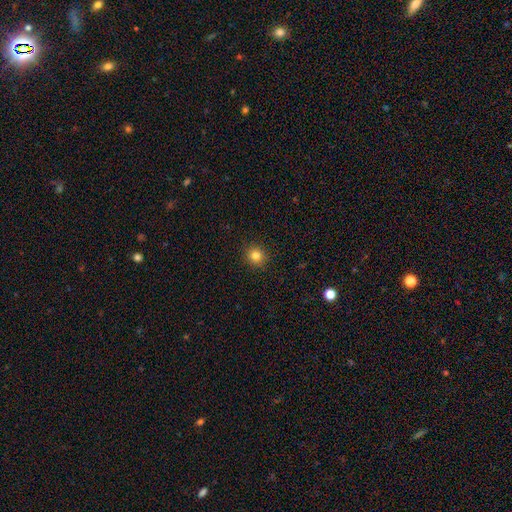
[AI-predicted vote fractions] Smooth or featured?
  - smooth: 82% *
  - star or artifact: 13%
  - featured or disk: 5%
How rounded?
  - round: 90% *
  - in between: 10%
  - cigar-shaped: 1%
Merging?
  - none: 92% *
  - minor disturbance: 5%
  - major disturbance: 2%
  - merger: 1%